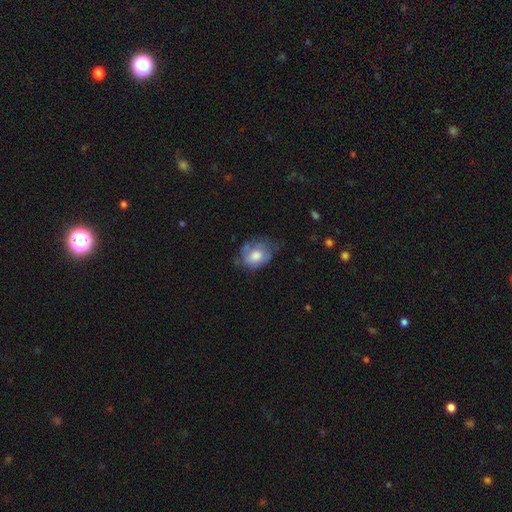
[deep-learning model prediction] This is likely a smooth galaxy (62%). How rounded: possibly in between (59%). Merging: possibly none (45%).